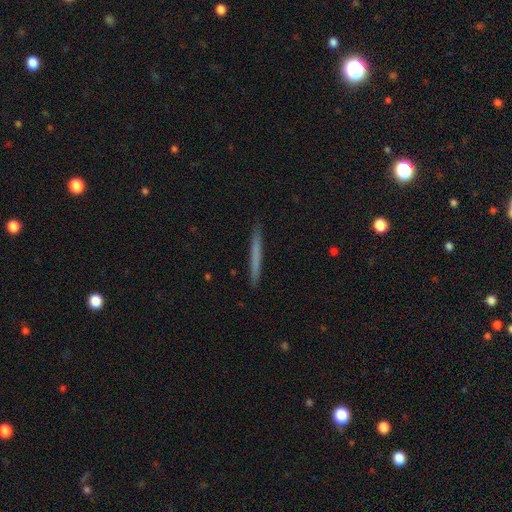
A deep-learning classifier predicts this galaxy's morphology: This is likely a smooth galaxy (64%). How rounded: clearly cigar-shaped (97%). Merging: clearly none (92%).